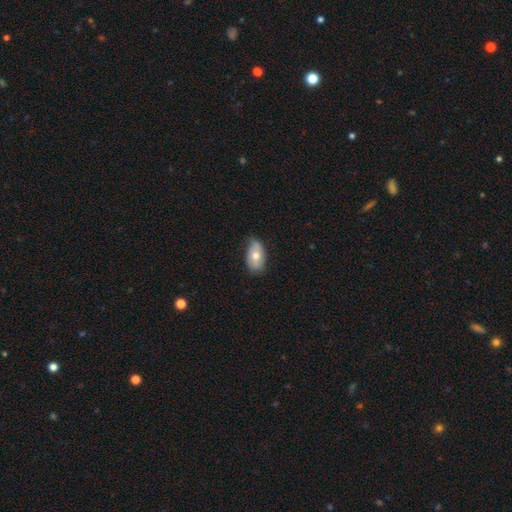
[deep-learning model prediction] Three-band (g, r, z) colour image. It shows a smooth galaxy with no disk features (65%) that is in between round and cigar-shaped (91%). Merging: none (63%).